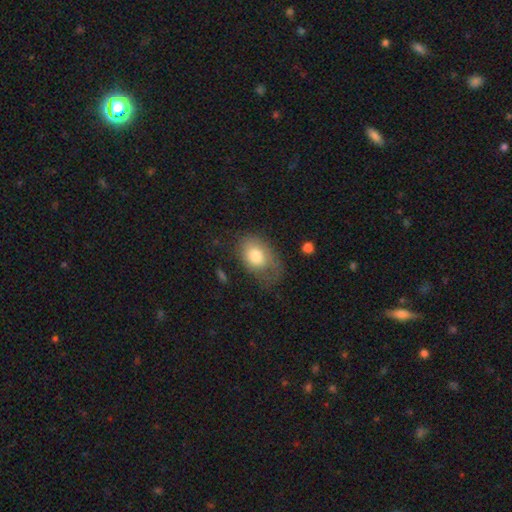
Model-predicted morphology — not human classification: smooth 73%, featured or disk 20%, star or artifact 7%. Down the decision tree: how rounded — in between (79%); merging — none (42%).